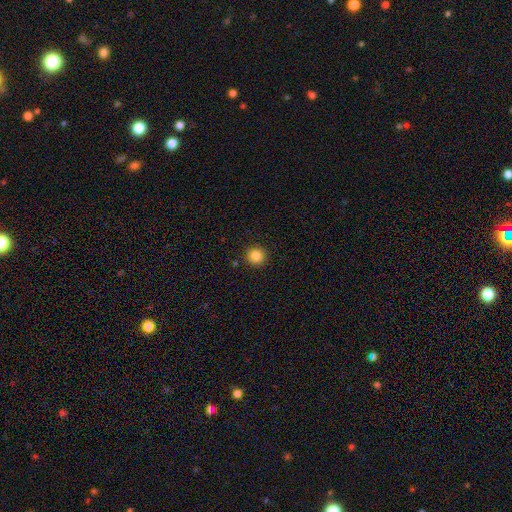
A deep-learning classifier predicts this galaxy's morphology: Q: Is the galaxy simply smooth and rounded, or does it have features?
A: smooth — 85%.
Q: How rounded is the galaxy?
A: round — 94%.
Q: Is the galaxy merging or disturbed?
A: none — 91%.